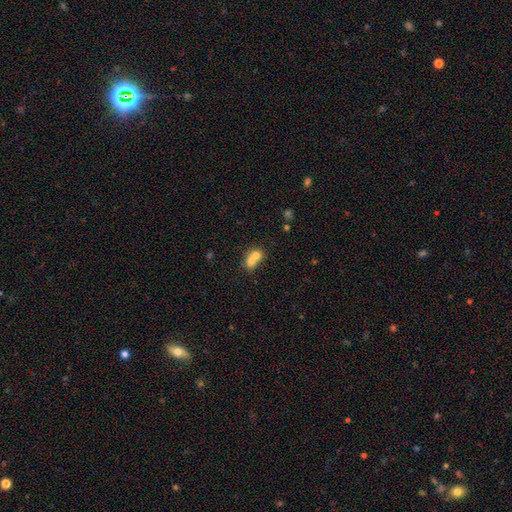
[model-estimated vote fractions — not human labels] This is likely a smooth galaxy (68%). How rounded: possibly round (59%). Merging: likely merger (73%).